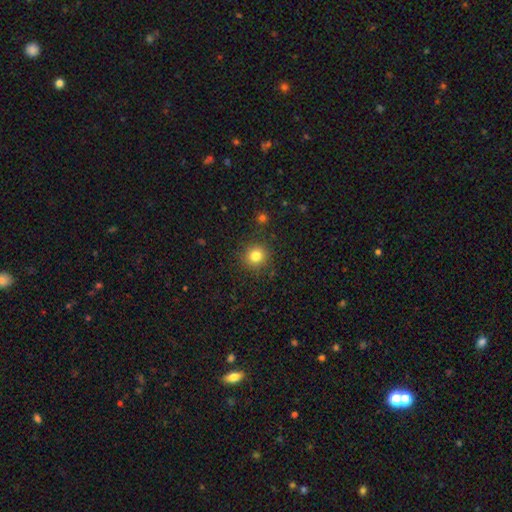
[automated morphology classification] Smooth or featured?
  - smooth: 81% *
  - star or artifact: 13%
  - featured or disk: 6%
How rounded?
  - round: 91% *
  - in between: 8%
  - cigar-shaped: 1%
Merging?
  - none: 89% *
  - minor disturbance: 7%
  - major disturbance: 3%
  - merger: 2%